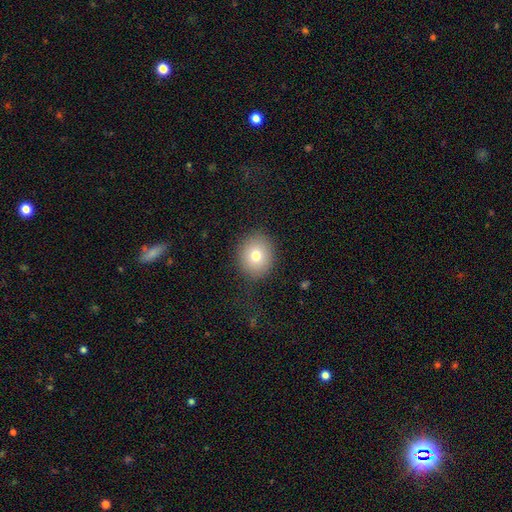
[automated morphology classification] A smooth galaxy with no disk features (75%) that is round (77%).

Vote fractions:
- Smooth or featured? smooth: 75% / featured or disk: 13% / star or artifact: 12%
- How rounded? round: 77% / in between: 22% / cigar-shaped: 1%
- Merging? none: 85% / minor disturbance: 10% / major disturbance: 4% / merger: 1%